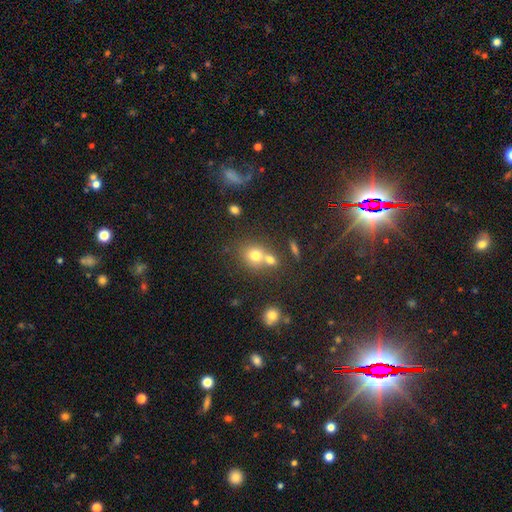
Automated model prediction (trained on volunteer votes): Overall: smooth (73%). How rounded: round (72%). Merging: none (44%; merger 43%).